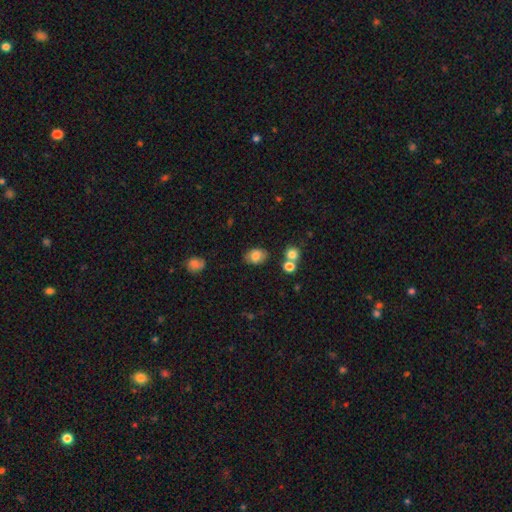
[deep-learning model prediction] Morphology: type=smooth (80%); roundness=in between (66%); merging=none (76%).